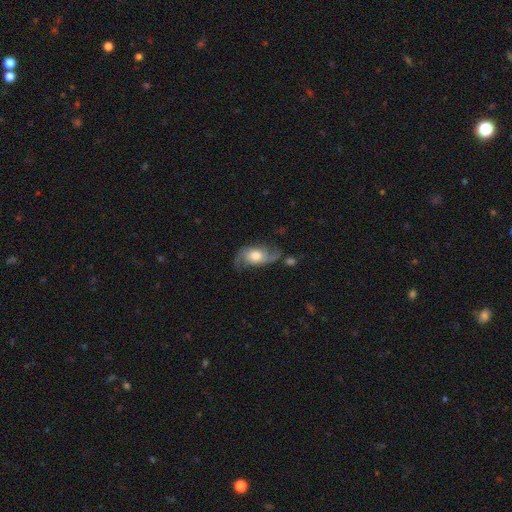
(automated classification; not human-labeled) Q: Smooth or featured?
A: featured or disk (76%); runner-up: smooth (17%)
Q: Edge-on disk?
A: no (95%); runner-up: yes (5%)
Q: Bar?
A: no (71%); runner-up: weak (25%)
Q: Spiral arms?
A: yes (93%); runner-up: no (7%)
Q: Spiral winding?
A: loose (55%); runner-up: medium (35%)
Q: Spiral arm count?
A: 2 (89%); runner-up: can't tell (4%)
Q: Bulge size?
A: moderate (52%); runner-up: large (34%)
Q: Merging?
A: none (60%); runner-up: minor disturbance (22%)